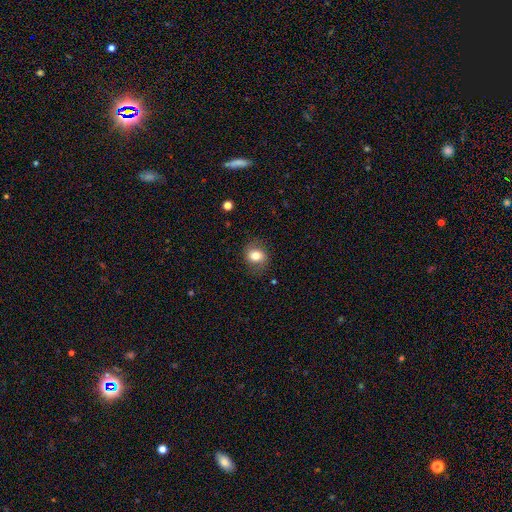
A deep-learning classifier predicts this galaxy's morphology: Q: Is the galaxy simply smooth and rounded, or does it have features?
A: smooth — 74%.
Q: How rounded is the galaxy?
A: round — 58%.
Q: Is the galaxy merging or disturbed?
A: none — 77%.